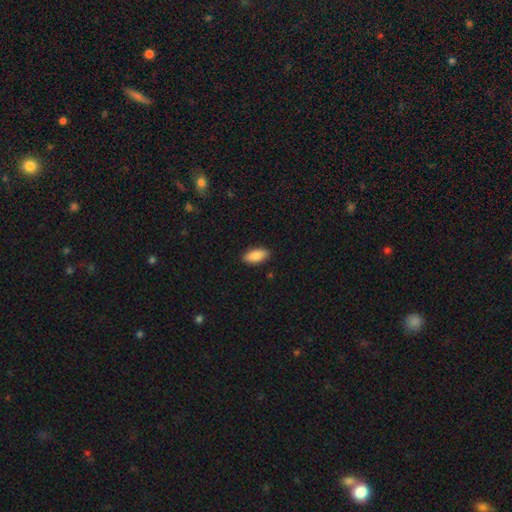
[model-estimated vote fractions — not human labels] Smooth or featured? Predicted: smooth (p=0.89). How rounded? Predicted: in between (p=0.90). Merging? Predicted: none (p=0.89).